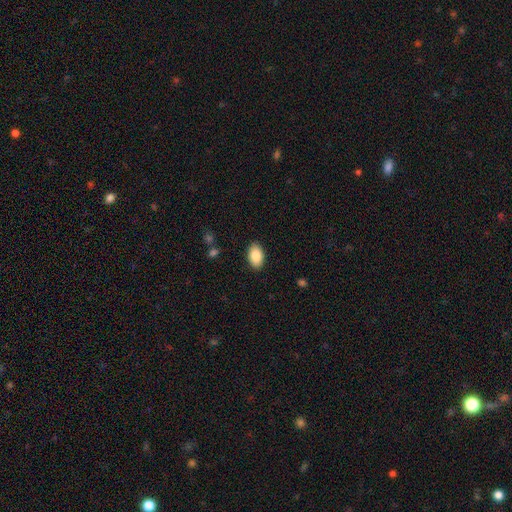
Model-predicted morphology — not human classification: smooth-or-featured: smooth: 88% | star or artifact: 6% | featured or disk: 5%
  how-rounded: in between: 93% | round: 6% | cigar-shaped: 1%
  merging: none: 89% | minor disturbance: 8% | major disturbance: 2% | merger: 1%